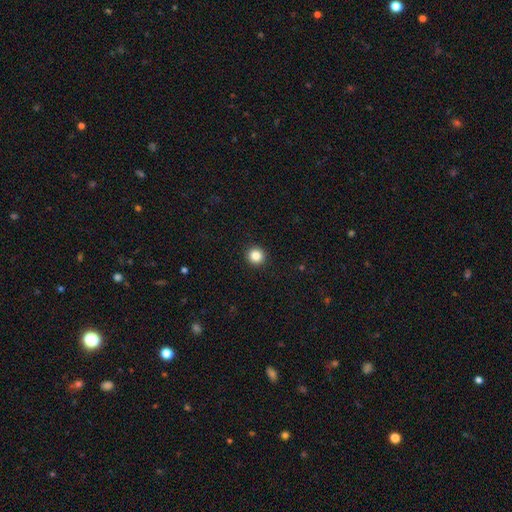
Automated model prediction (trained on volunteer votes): This is clearly a smooth galaxy (85%). How rounded: clearly round (94%). Merging: clearly none (93%).